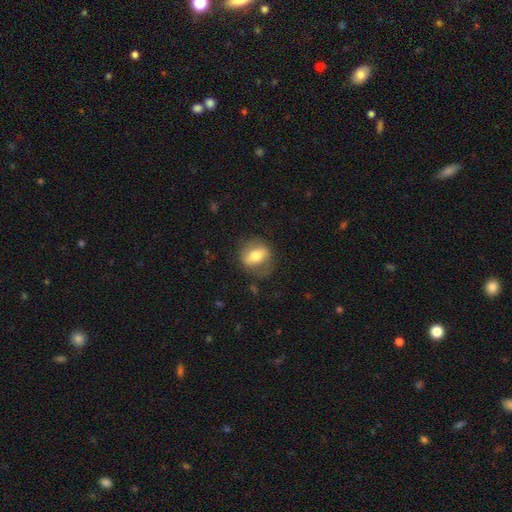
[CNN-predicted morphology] Smooth or featured? Predicted: smooth (p=0.58). How rounded? Predicted: in between (p=0.51). Merging? Predicted: none (p=0.75).